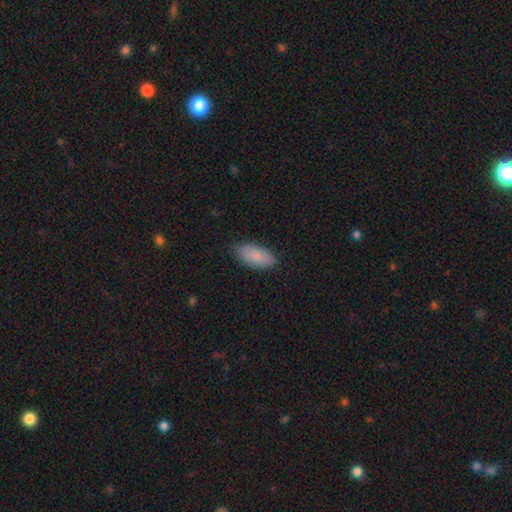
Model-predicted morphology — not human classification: This is clearly a smooth galaxy (85%). How rounded: clearly in between (92%). Merging: clearly none (84%).